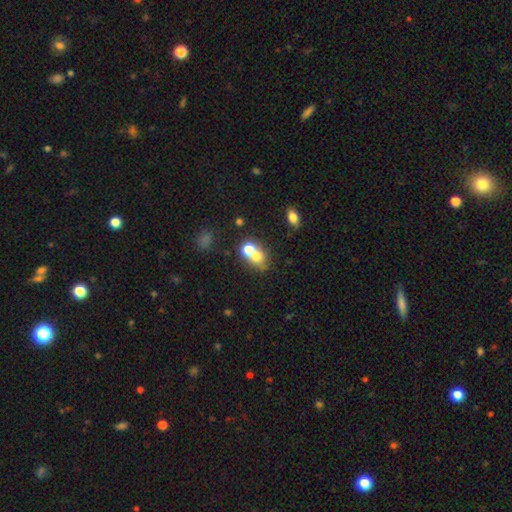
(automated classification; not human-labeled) The model was most divided on "merging": merger: 52%, none: 36%, minor disturbance: 8%, major disturbance: 5%. More confident: smooth or featured — smooth (67%); how rounded — round (62%).